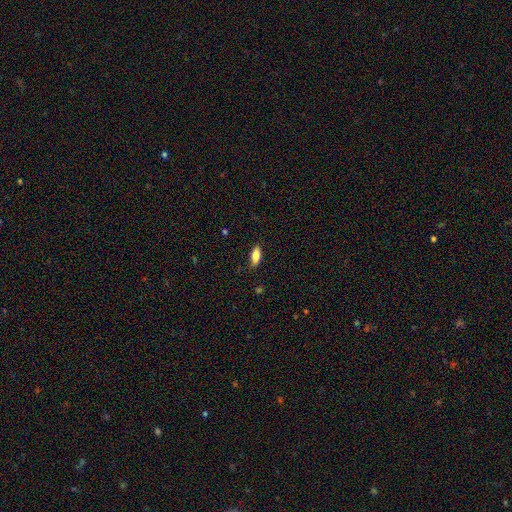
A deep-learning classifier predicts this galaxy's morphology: Smooth or featured: smooth — 80% (featured or disk — 13%)
How rounded: in between — 77% (cigar-shaped — 20%)
Merging: none — 85% (minor disturbance — 12%)